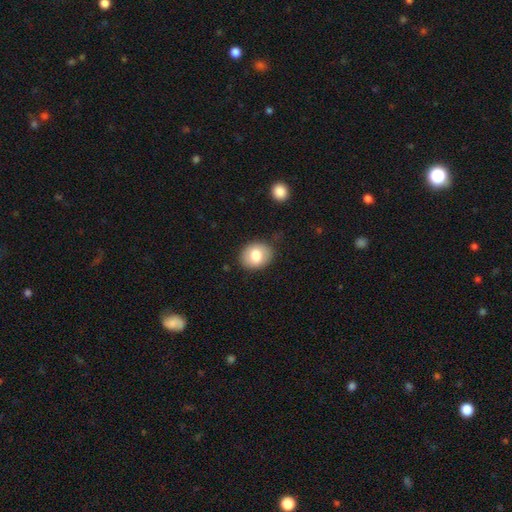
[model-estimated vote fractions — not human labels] Overall: smooth (78%). How rounded: round (56%; in between 43%). Merging: none (81%).